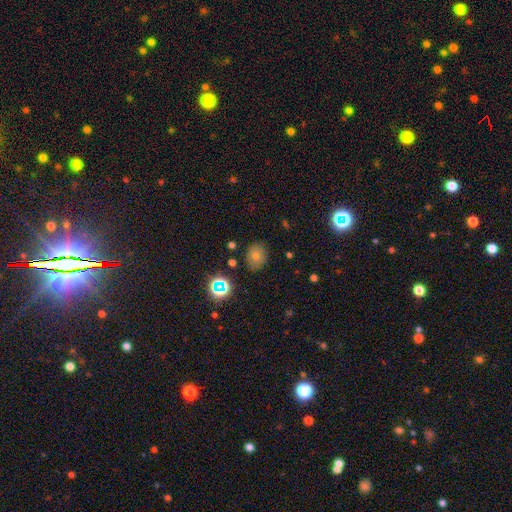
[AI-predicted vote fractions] smooth_or_featured: smooth (p=0.69) [alt: star or artifact p=0.20]
how_rounded: round (p=0.51) [alt: in between p=0.48]
merging: none (p=0.83) [alt: minor disturbance p=0.11]